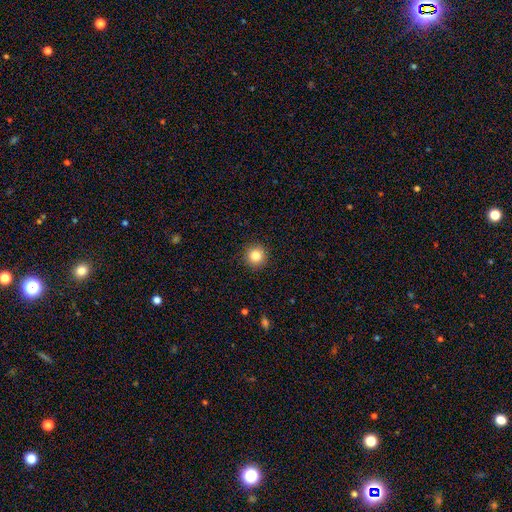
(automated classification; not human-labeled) This is clearly a smooth galaxy (85%). How rounded: clearly round (95%). Merging: clearly none (92%).